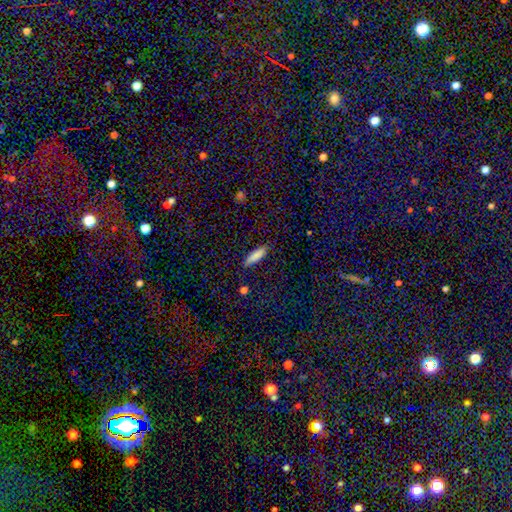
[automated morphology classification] type=smooth (85%); roundness=cigar-shaped (59%); merging=none (87%).